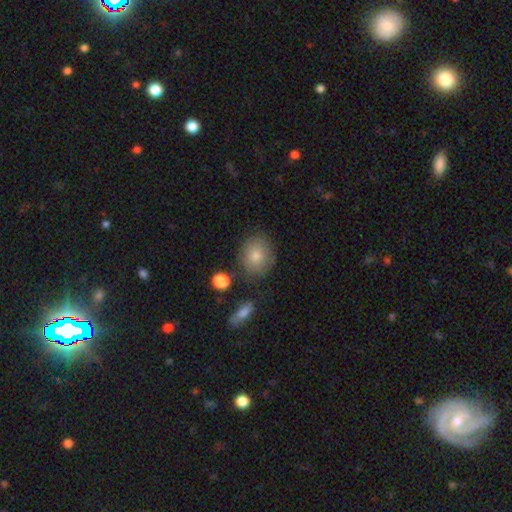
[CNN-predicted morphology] This is likely a smooth galaxy (78%). How rounded: possibly round (59%). Merging: clearly none (80%).